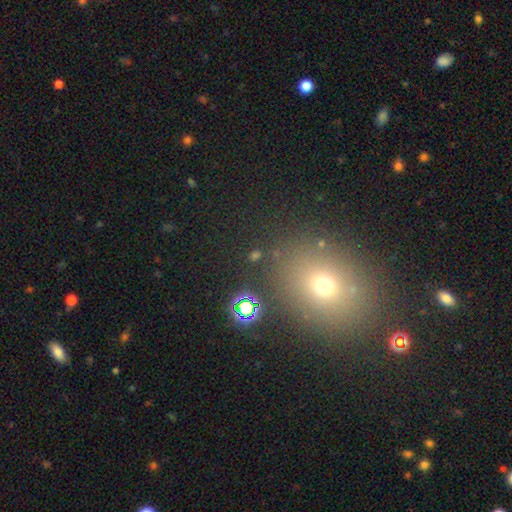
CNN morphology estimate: Q: Smooth or featured?
A: smooth (51%); runner-up: star or artifact (39%)
Q: How rounded?
A: round (70%); runner-up: in between (28%)
Q: Merging?
A: none (80%); runner-up: minor disturbance (9%)